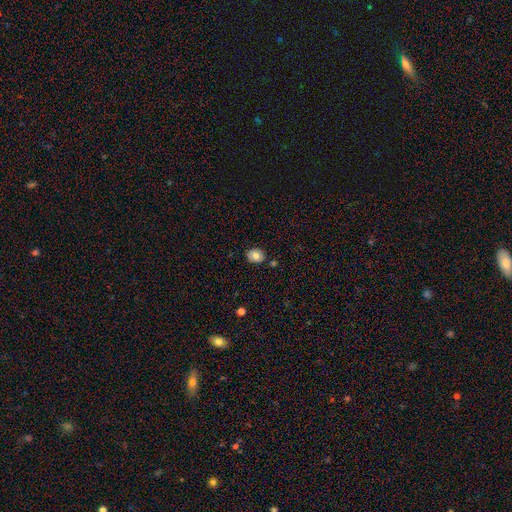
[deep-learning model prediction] Smooth or featured? smooth (77%)
How rounded? round (55%)
Merging? none (83%)